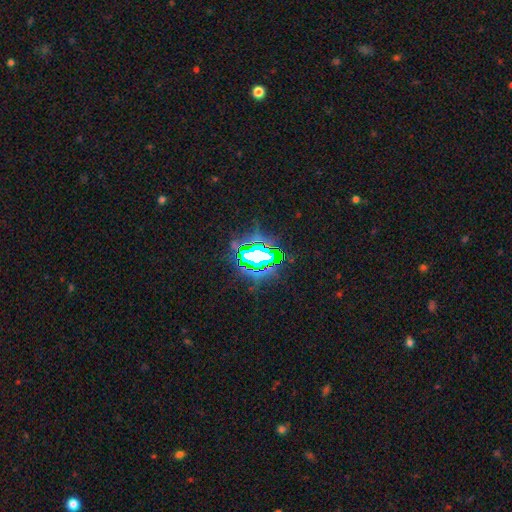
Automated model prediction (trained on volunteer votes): A star or artifact, not a galaxy (73%).

Vote fractions:
- Smooth or featured? star or artifact: 73% / smooth: 14% / featured or disk: 13%